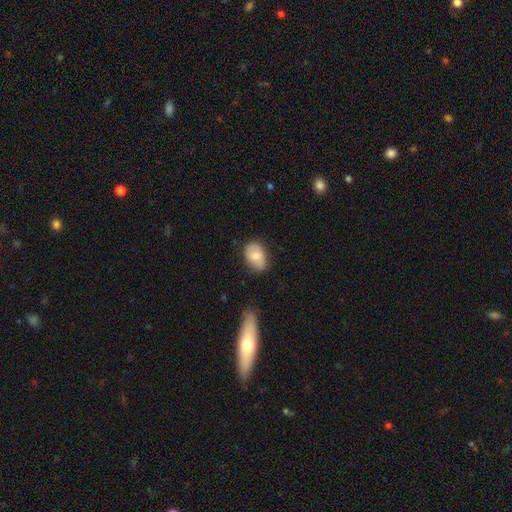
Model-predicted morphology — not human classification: type=smooth (69%); roundness=in between (79%); merging=none (75%).